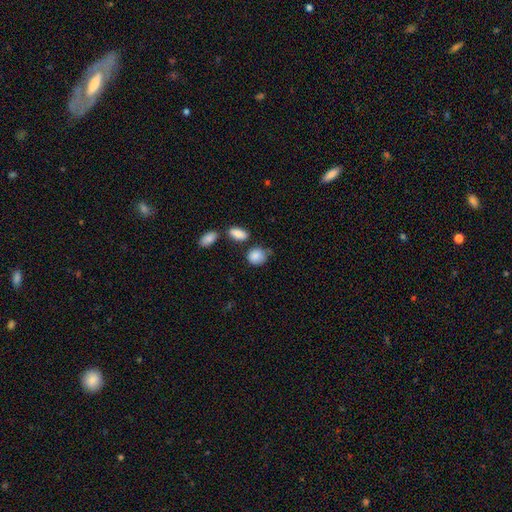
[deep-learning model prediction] Morphology: type=smooth (85%); roundness=round (69%); merging=none (60%).